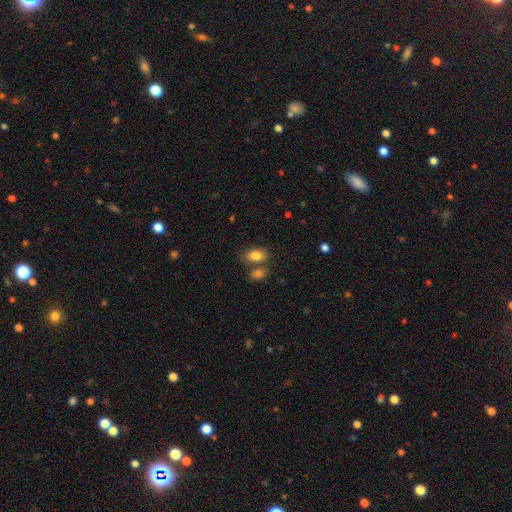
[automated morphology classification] Smooth or featured? smooth (83%)
How rounded? in between (89%)
Merging? none (60%)